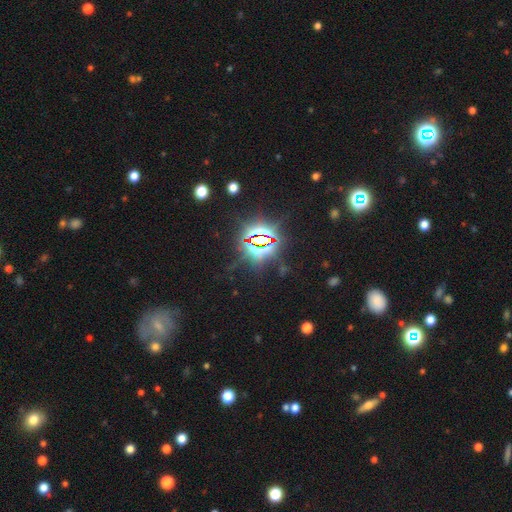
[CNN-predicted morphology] smooth_or_featured: star or artifact (p=0.82) [alt: smooth p=0.09]